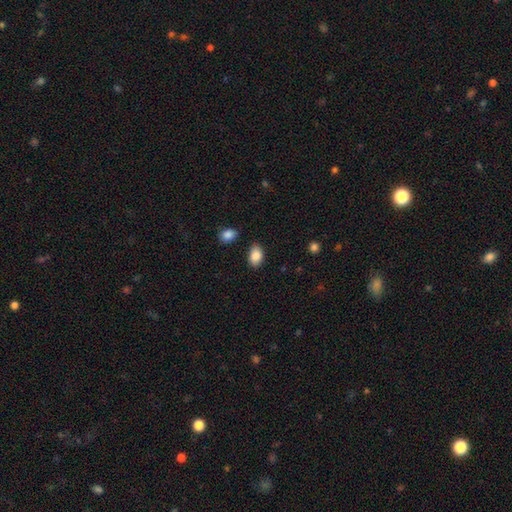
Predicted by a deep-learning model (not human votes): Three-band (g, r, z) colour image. It shows a smooth galaxy with no disk features (88%) that is in between round and cigar-shaped (89%). Merging: none (80%).